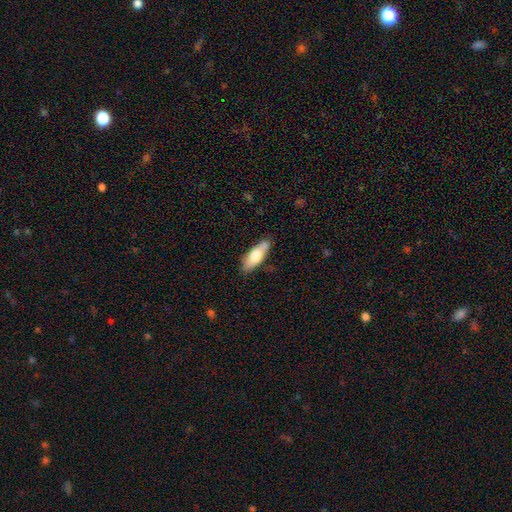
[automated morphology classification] smooth-or-featured: smooth: 69% | featured or disk: 25% | star or artifact: 6%
  how-rounded: in between: 58% | cigar-shaped: 40% | round: 2%
  merging: none: 71% | minor disturbance: 19% | merger: 6% | major disturbance: 4%